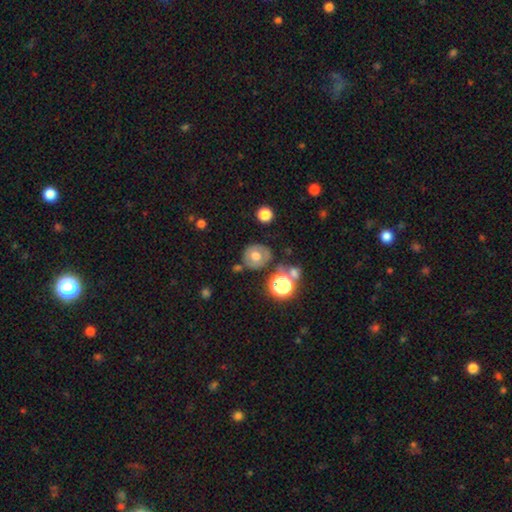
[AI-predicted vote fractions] This is possibly a smooth galaxy (57%). How rounded: likely round (79%). Merging: likely none (68%).